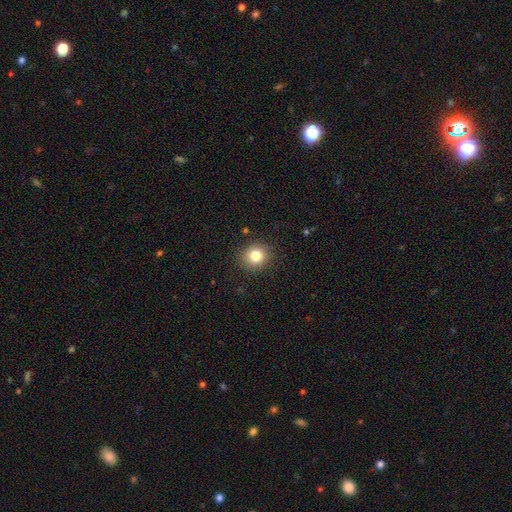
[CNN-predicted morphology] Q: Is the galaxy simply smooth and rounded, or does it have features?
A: smooth — 81%.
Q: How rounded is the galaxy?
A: round — 86%.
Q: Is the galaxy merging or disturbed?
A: none — 90%.